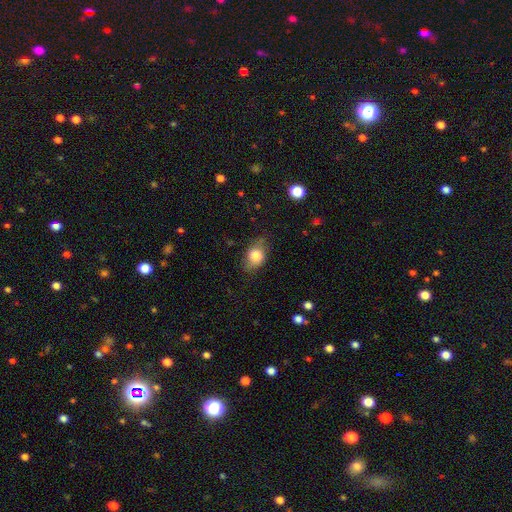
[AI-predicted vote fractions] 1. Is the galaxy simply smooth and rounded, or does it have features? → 80% smooth, 12% featured or disk, 8% star or artifact.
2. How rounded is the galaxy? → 74% in between, 24% round, 2% cigar-shaped.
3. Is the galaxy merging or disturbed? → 70% none, 23% minor disturbance, 6% major disturbance, 1% merger.